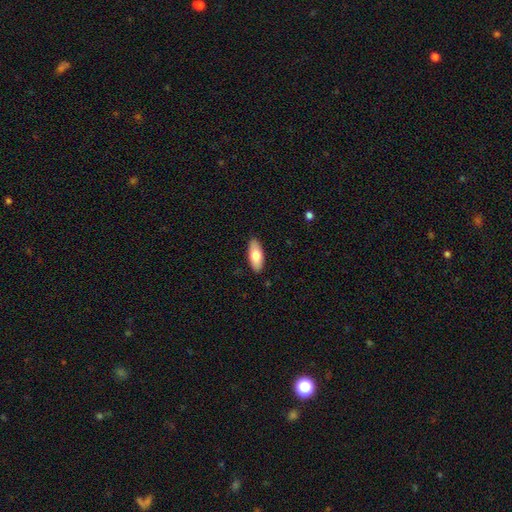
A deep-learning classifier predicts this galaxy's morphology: Smooth or featured: smooth — 77% (featured or disk — 17%)
How rounded: in between — 84% (cigar-shaped — 14%)
Merging: none — 89% (minor disturbance — 8%)